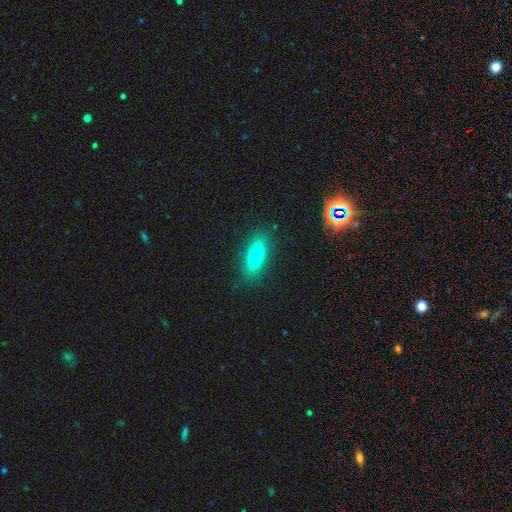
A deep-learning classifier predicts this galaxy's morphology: Smooth or featured?
  - smooth: 71% *
  - featured or disk: 22%
  - star or artifact: 7%
How rounded?
  - cigar-shaped: 49% *
  - in between: 48%
  - round: 2%
Merging?
  - none: 86% *
  - minor disturbance: 10%
  - major disturbance: 3%
  - merger: 1%